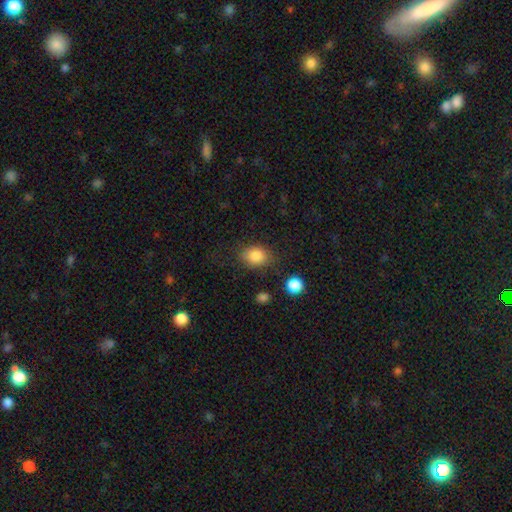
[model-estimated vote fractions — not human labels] Smooth or featured?
  - smooth: 83% *
  - star or artifact: 10%
  - featured or disk: 7%
How rounded?
  - in between: 66% *
  - round: 32%
  - cigar-shaped: 1%
Merging?
  - none: 79% *
  - minor disturbance: 14%
  - major disturbance: 5%
  - merger: 3%